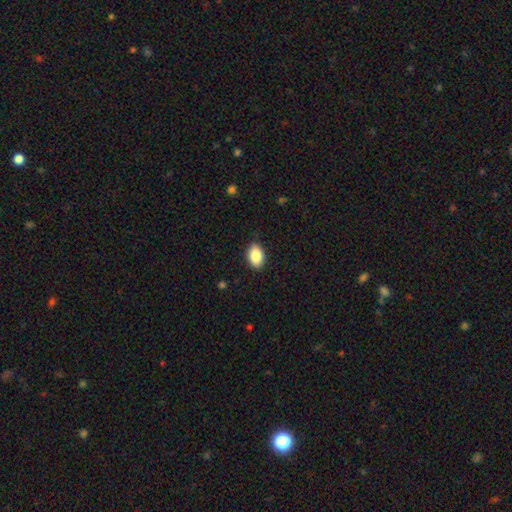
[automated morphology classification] Overall: smooth (89%). How rounded: in between (89%). Merging: none (88%).